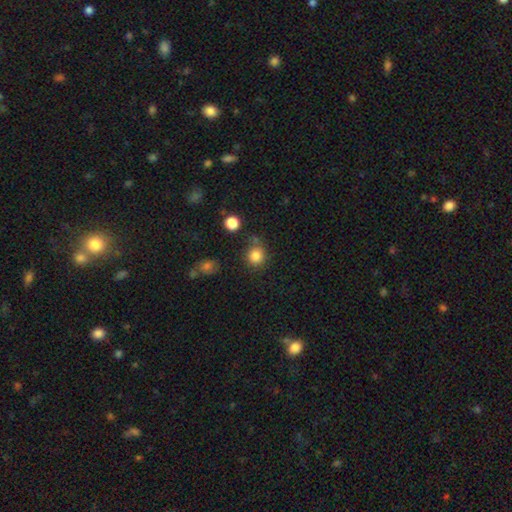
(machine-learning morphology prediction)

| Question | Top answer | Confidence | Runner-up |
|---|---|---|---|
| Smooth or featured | smooth | 84% | star or artifact (11%) |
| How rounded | round | 88% | in between (11%) |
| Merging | none | 71% | minor disturbance (14%) |